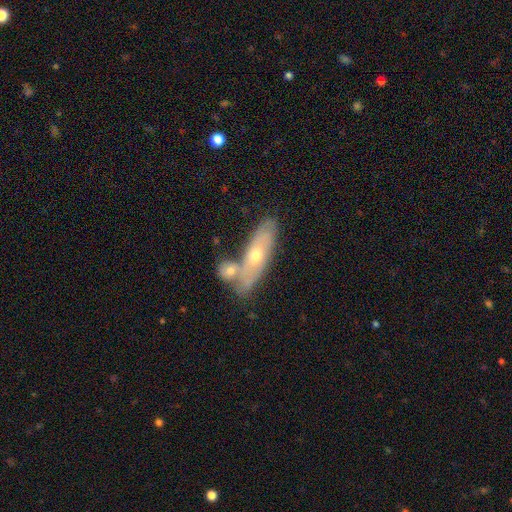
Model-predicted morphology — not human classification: A featured or disk galaxy (52%). Merging: none (48%).